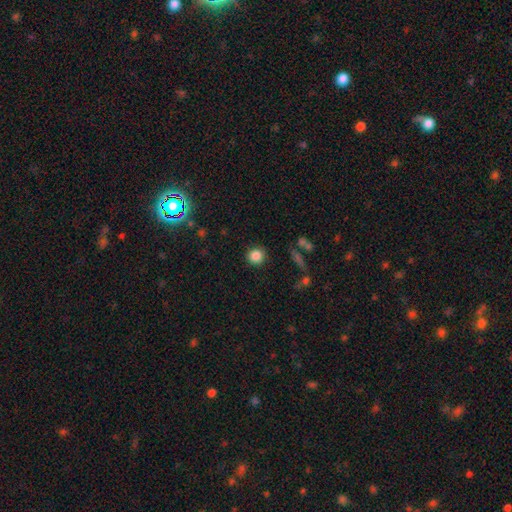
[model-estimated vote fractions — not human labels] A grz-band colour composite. It shows a smooth galaxy with no disk features (84%) that is round (93%). Merging: none (89%).